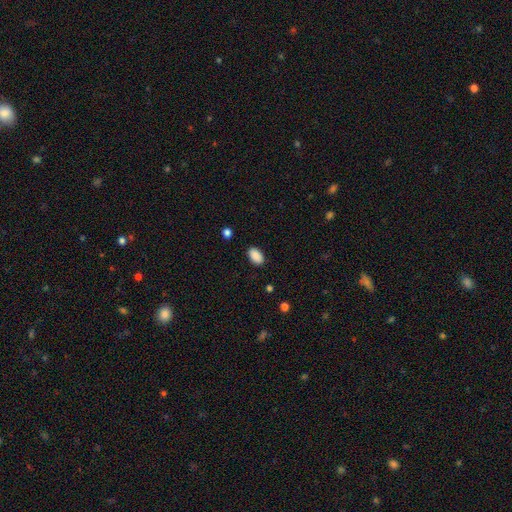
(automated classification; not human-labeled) Overall: smooth (89%). How rounded: in between (92%). Merging: none (87%).